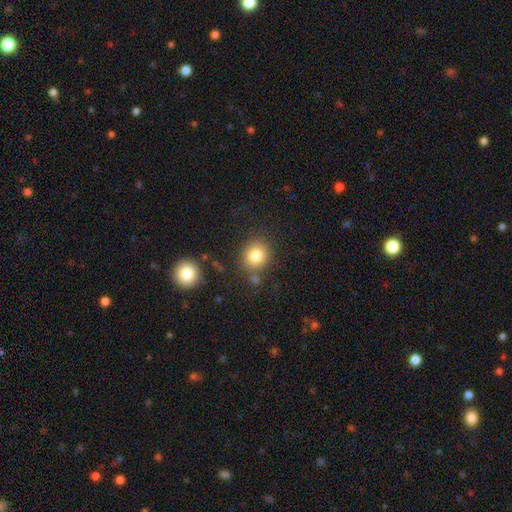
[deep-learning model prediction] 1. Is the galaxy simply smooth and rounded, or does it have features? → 81% smooth, 11% star or artifact, 8% featured or disk.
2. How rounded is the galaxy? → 77% round, 22% in between, 1% cigar-shaped.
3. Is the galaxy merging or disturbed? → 77% none, 12% minor disturbance, 7% merger, 4% major disturbance.